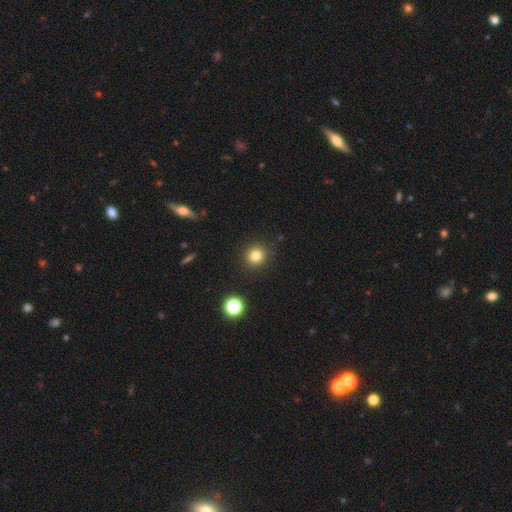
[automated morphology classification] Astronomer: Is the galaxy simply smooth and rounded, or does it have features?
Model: smooth — 81%.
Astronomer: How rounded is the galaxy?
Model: round — 91%.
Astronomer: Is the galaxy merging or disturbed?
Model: none — 90%.